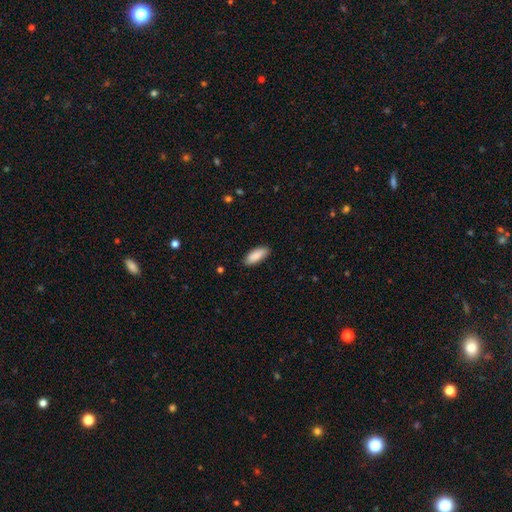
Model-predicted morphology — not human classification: This is clearly a smooth galaxy (90%). How rounded: likely in between (79%). Merging: clearly none (88%).